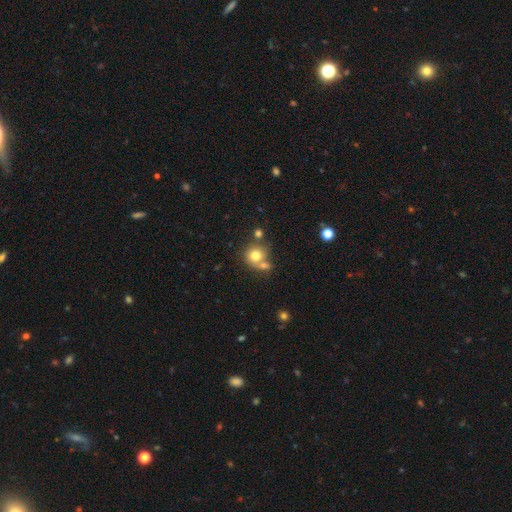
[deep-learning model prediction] smooth 76%, featured or disk 13%, star or artifact 11%. Down the decision tree: how rounded — round (83%); merging — none (44%).